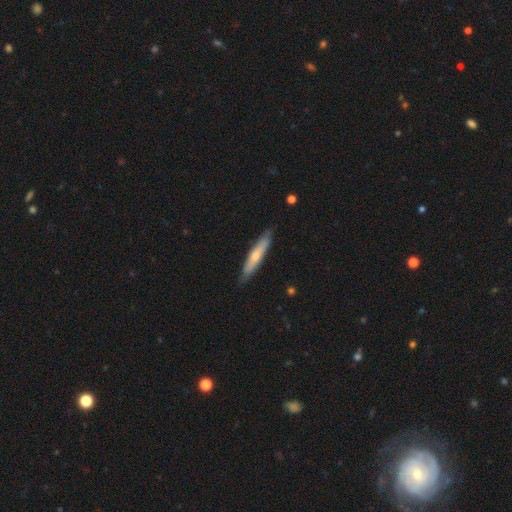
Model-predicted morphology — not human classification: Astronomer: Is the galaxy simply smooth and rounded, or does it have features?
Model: smooth — 56% (runner-up: featured or disk, 39%).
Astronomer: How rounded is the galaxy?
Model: cigar-shaped — 88%.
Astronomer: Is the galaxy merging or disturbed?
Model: none — 83%.